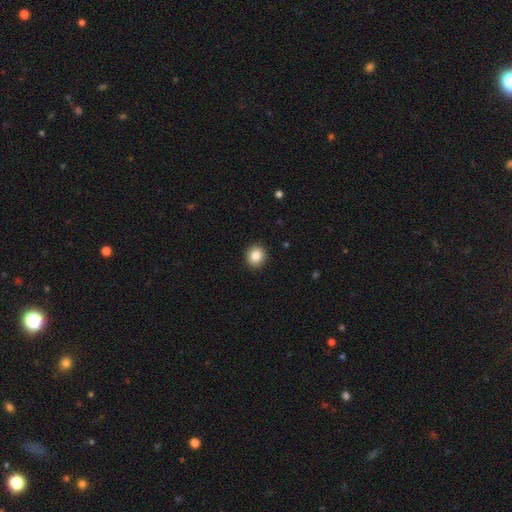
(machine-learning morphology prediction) Smooth or featured? Predicted: smooth (p=0.86). How rounded? Predicted: round (p=0.78). Merging? Predicted: none (p=0.91).